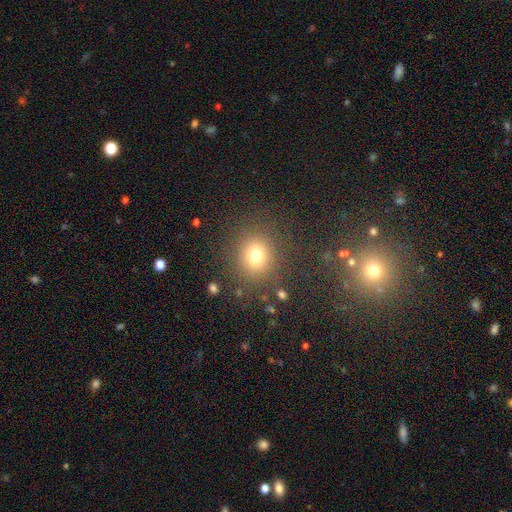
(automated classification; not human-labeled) Smooth or featured: smooth — 75% (star or artifact — 16%)
How rounded: round — 83% (in between — 16%)
Merging: none — 83% (minor disturbance — 9%)